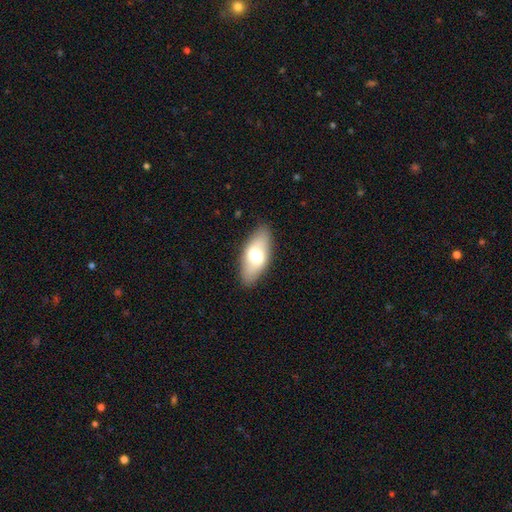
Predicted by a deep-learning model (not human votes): smooth_or_featured: smooth (p=0.62) [alt: featured or disk p=0.32]
how_rounded: in between (p=0.84) [alt: cigar-shaped p=0.13]
merging: none (p=0.86) [alt: minor disturbance p=0.11]